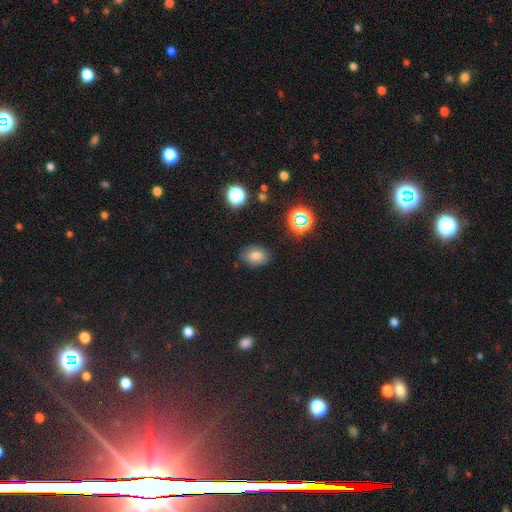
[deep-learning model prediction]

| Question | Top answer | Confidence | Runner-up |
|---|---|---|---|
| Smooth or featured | smooth | 76% | star or artifact (14%) |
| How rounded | in between | 81% | round (18%) |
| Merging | none | 82% | minor disturbance (13%) |